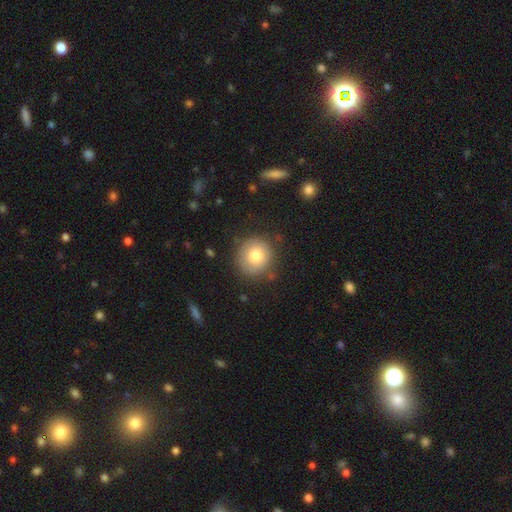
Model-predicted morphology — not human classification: This is likely a smooth galaxy (77%). How rounded: clearly round (91%). Merging: clearly none (83%).